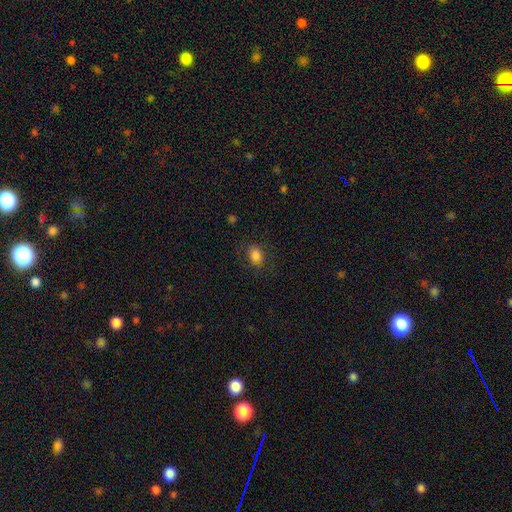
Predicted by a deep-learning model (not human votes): Overall: smooth (84%). How rounded: in between (66%; round 33%). Merging: none (79%).